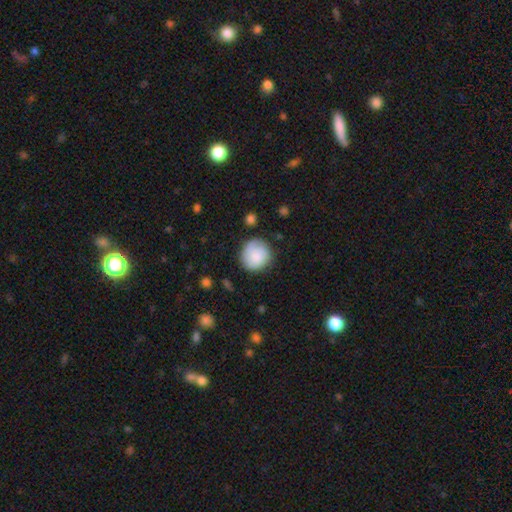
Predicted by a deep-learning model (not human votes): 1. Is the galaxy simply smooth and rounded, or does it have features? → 75% smooth, 18% featured or disk, 7% star or artifact.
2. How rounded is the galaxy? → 91% round, 8% in between, 1% cigar-shaped.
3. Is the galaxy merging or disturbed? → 77% none, 17% minor disturbance, 5% major disturbance, 2% merger.